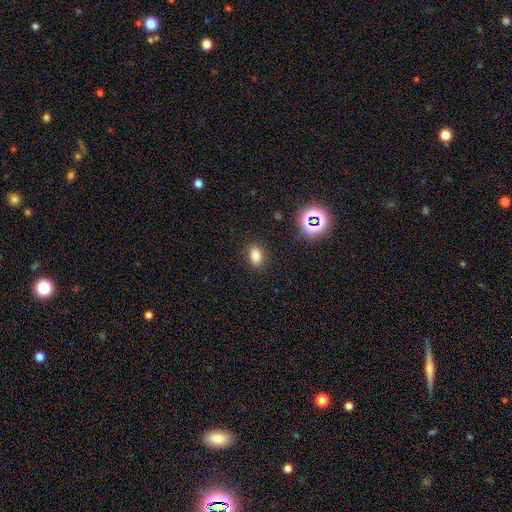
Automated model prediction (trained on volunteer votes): Q: Smooth or featured?
A: smooth (78%); runner-up: star or artifact (15%)
Q: How rounded?
A: in between (76%); runner-up: round (22%)
Q: Merging?
A: none (87%); runner-up: minor disturbance (9%)